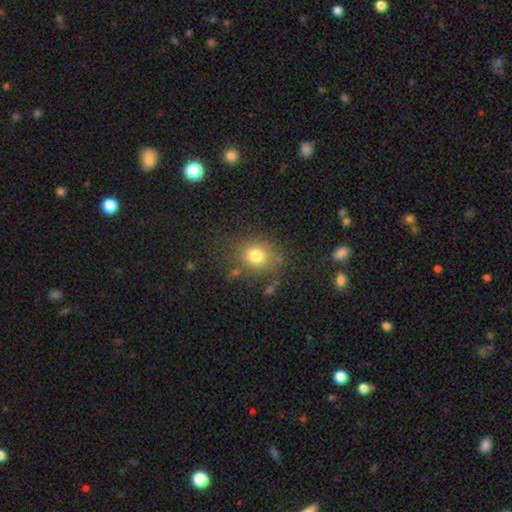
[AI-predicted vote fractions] A smooth galaxy with no disk features (78%) that is round (69%). Merging: none (77%).